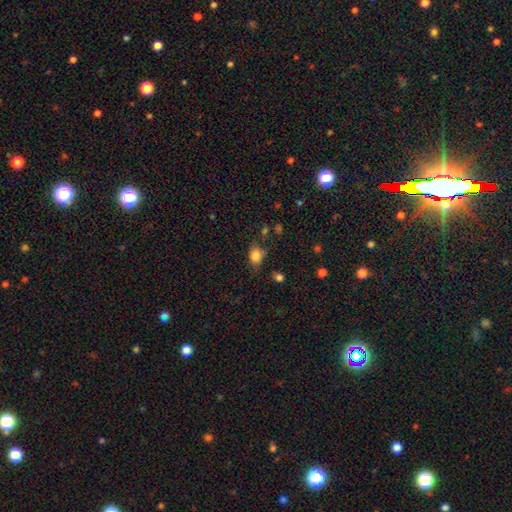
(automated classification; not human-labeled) A smooth galaxy with no disk features (83%) that is in between round and cigar-shaped (66%).

Vote fractions:
- Smooth or featured? smooth: 83% / star or artifact: 11% / featured or disk: 6%
- How rounded? in between: 66% / round: 32% / cigar-shaped: 1%
- Merging? none: 59% / minor disturbance: 28% / major disturbance: 9% / merger: 4%